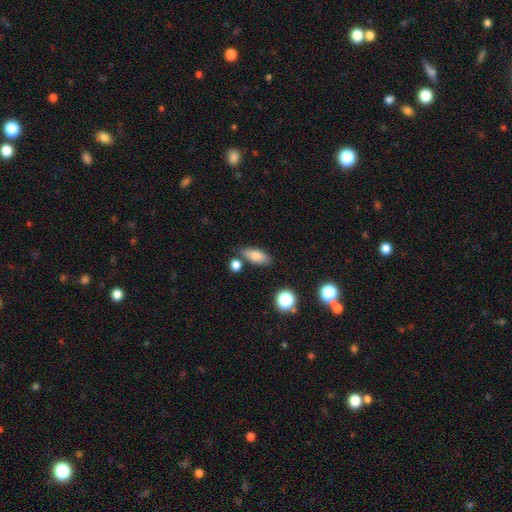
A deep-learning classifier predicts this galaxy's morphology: A smooth galaxy with no disk features (81%) that is in between round and cigar-shaped (80%). Merging: none (74%).